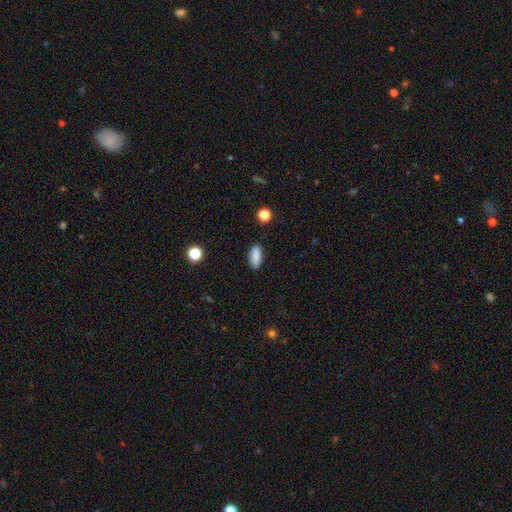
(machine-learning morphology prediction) Q: Smooth or featured?
A: smooth (86%); runner-up: star or artifact (8%)
Q: How rounded?
A: in between (77%); runner-up: cigar-shaped (20%)
Q: Merging?
A: none (84%); runner-up: minor disturbance (11%)